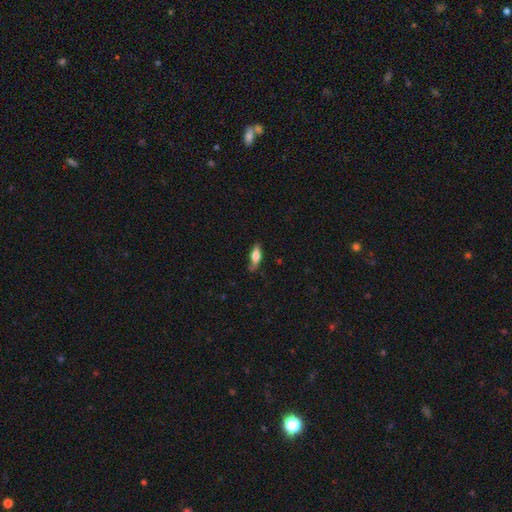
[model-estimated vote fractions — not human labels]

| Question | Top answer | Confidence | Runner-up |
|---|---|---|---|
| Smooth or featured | smooth | 60% | featured or disk (34%) |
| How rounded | in between | 62% | cigar-shaped (35%) |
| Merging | none | 71% | minor disturbance (22%) |